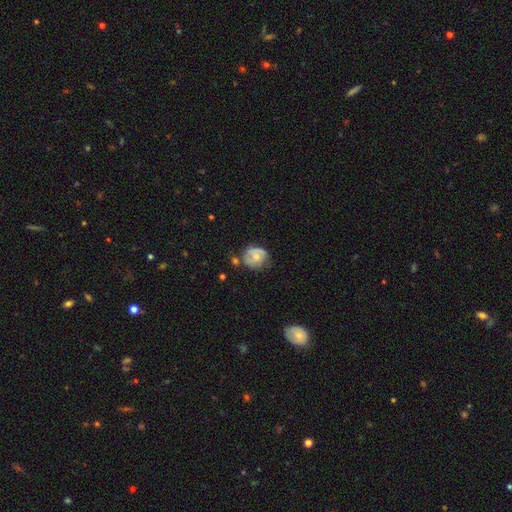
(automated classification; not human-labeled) Overall: featured or disk (47%; smooth 45%). Merging: none (52%; minor disturbance 30%).